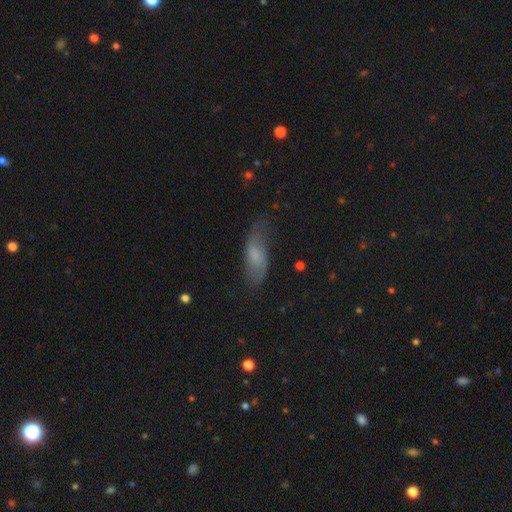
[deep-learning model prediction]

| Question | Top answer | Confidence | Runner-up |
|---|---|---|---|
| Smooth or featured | smooth | 54% | featured or disk (37%) |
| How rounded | in between | 72% | cigar-shaped (25%) |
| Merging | none | 59% | minor disturbance (27%) |